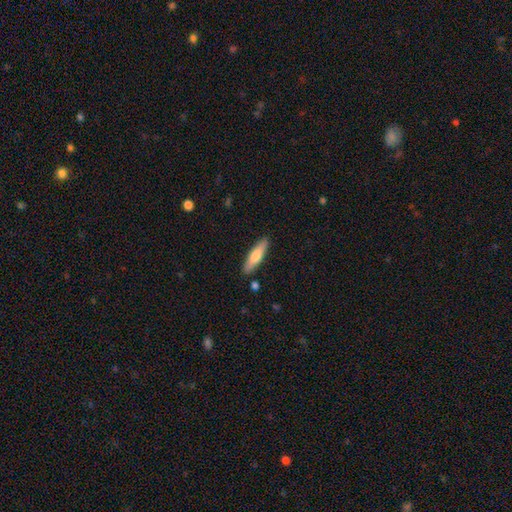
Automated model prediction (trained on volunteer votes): Smooth or featured?
  - smooth: 67% *
  - featured or disk: 28%
  - star or artifact: 5%
How rounded?
  - cigar-shaped: 72% *
  - in between: 26%
  - round: 2%
Merging?
  - none: 87% *
  - minor disturbance: 9%
  - merger: 2%
  - major disturbance: 2%